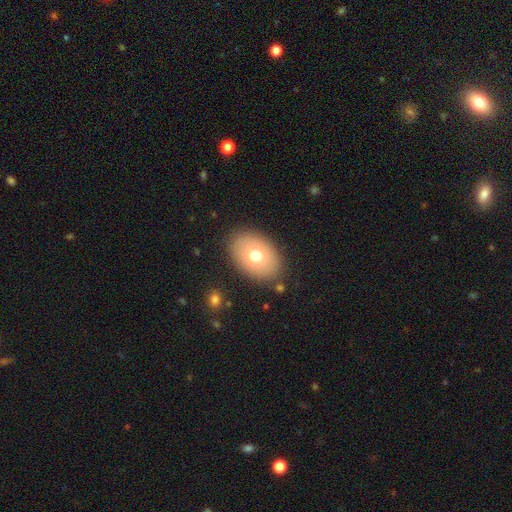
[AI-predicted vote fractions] Overall: smooth (70%). How rounded: in between (81%). Merging: none (86%).